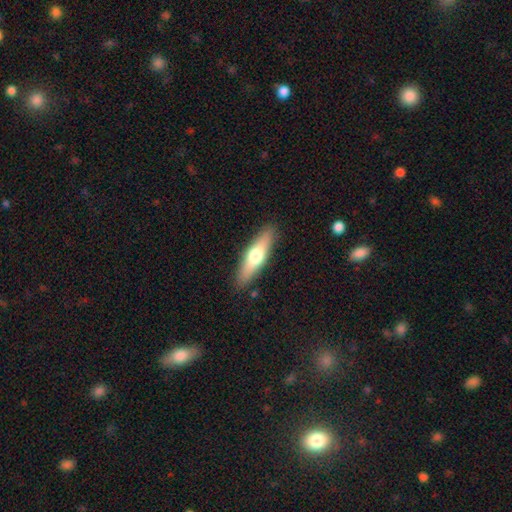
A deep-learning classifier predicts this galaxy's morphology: Smooth or featured? Predicted: smooth (p=0.57). How rounded? Predicted: cigar-shaped (p=0.65). Merging? Predicted: none (p=0.88).